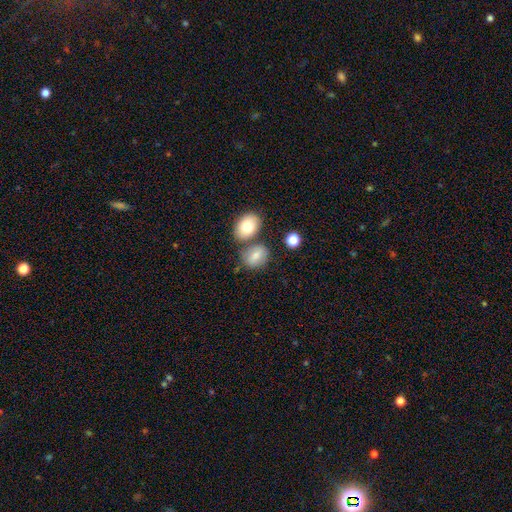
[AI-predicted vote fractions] The model was most divided on "how rounded": in between: 61%, round: 38%, cigar-shaped: 1%. More confident: smooth or featured — smooth (77%); merging — none (59%).